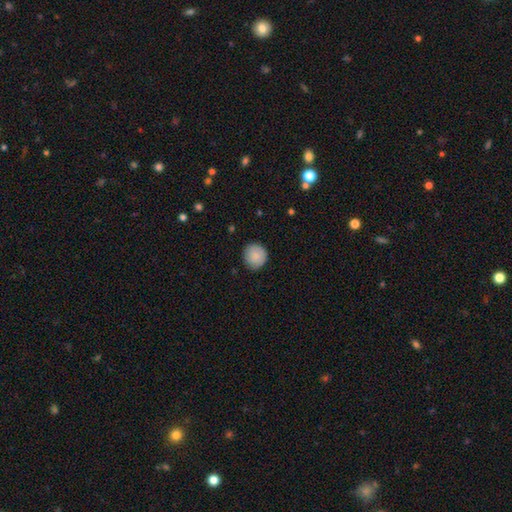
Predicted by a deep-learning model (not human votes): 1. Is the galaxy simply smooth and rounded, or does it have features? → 88% smooth, 7% star or artifact, 5% featured or disk.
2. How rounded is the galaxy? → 93% round, 6% in between, 1% cigar-shaped.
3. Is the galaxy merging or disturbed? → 87% none, 10% minor disturbance, 2% major disturbance, 1% merger.